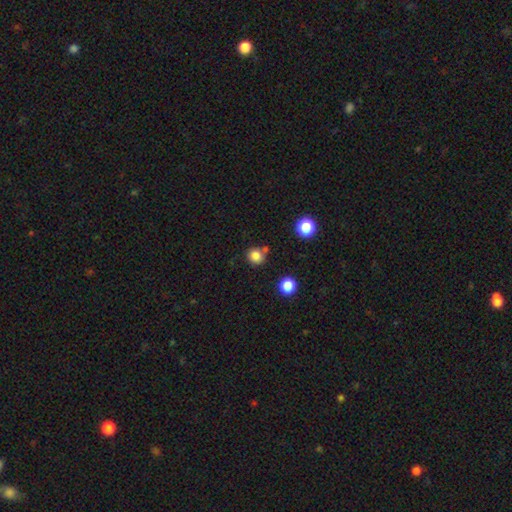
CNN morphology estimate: A smooth galaxy with no disk features (83%) that is round (88%).

Vote fractions:
- Smooth or featured? smooth: 83% / star or artifact: 13% / featured or disk: 4%
- How rounded? round: 88% / in between: 11% / cigar-shaped: 1%
- Merging? none: 74% / merger: 12% / minor disturbance: 11% / major disturbance: 3%